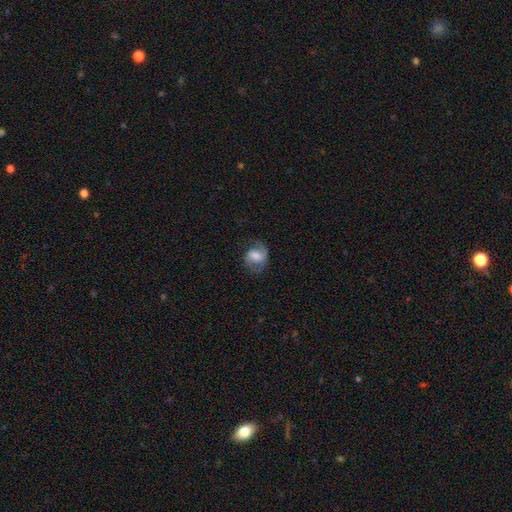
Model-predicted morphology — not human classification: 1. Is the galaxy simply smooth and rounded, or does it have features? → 51% featured or disk, 41% smooth, 8% star or artifact.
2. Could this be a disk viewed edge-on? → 97% no, 3% yes.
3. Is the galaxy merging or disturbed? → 60% none, 23% minor disturbance, 16% major disturbance, 1% merger.